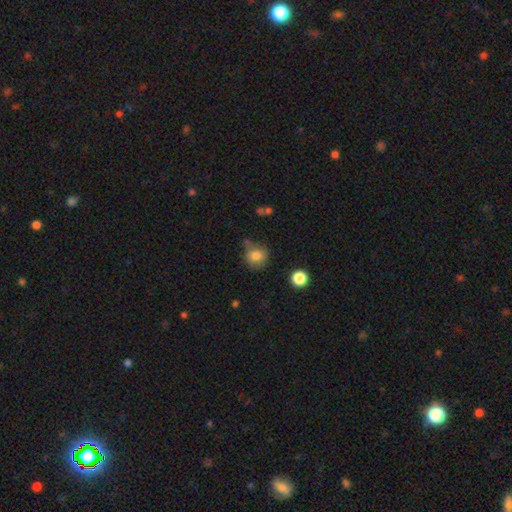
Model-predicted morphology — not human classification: Q: Smooth or featured?
A: smooth (80%); runner-up: star or artifact (11%)
Q: How rounded?
A: round (83%); runner-up: in between (16%)
Q: Merging?
A: none (65%); runner-up: minor disturbance (22%)